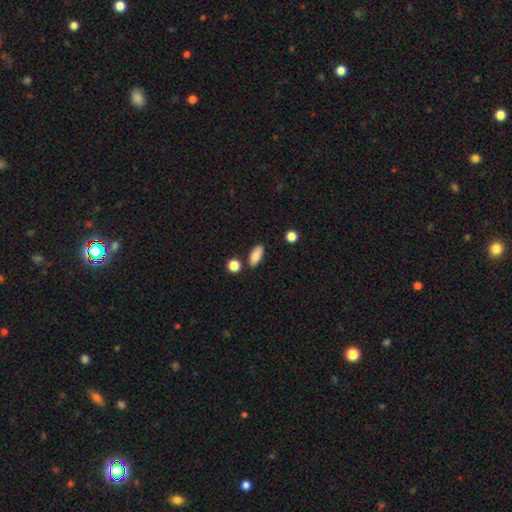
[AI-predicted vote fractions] smooth-or-featured: smooth: 86% | star or artifact: 8% | featured or disk: 6%
  how-rounded: in between: 84% | cigar-shaped: 12% | round: 4%
  merging: none: 82% | minor disturbance: 11% | merger: 5% | major disturbance: 3%